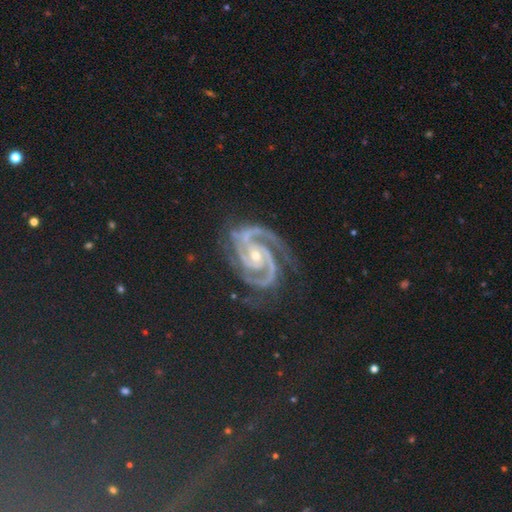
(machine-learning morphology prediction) type=featured or disk (66%); edge-on=no (97%); bar=no (61%); spiral arms=yes (98%); winding=tight (50%); arm count=2 (85%); bulge=small (51%); merging=none (78%).